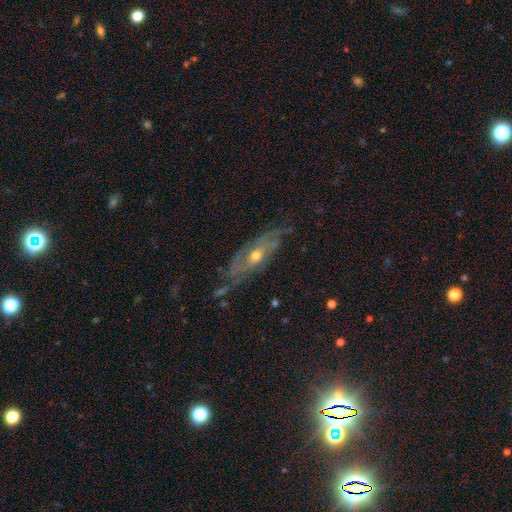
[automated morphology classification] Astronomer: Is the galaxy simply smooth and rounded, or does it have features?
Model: featured or disk — 76%.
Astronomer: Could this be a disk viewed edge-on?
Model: no — 74%.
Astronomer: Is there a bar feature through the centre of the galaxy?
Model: no — 72%.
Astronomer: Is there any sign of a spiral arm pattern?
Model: yes — 78%.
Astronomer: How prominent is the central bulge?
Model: moderate — 62%.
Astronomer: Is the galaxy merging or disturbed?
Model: none — 62%.